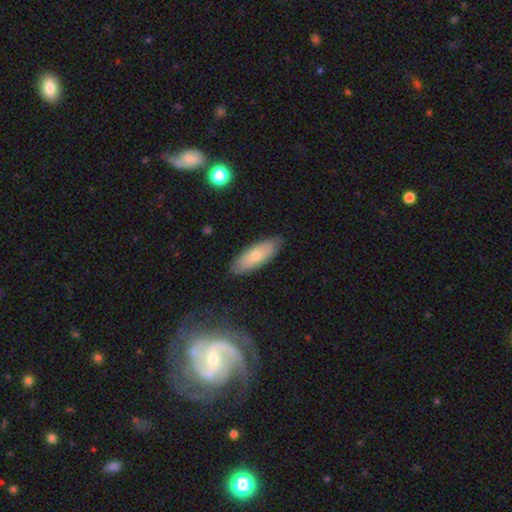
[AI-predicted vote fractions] smooth-or-featured: smooth: 68% | featured or disk: 26% | star or artifact: 6%
  how-rounded: in between: 68% | cigar-shaped: 30% | round: 2%
  merging: none: 85% | minor disturbance: 12% | major disturbance: 2% | merger: 1%